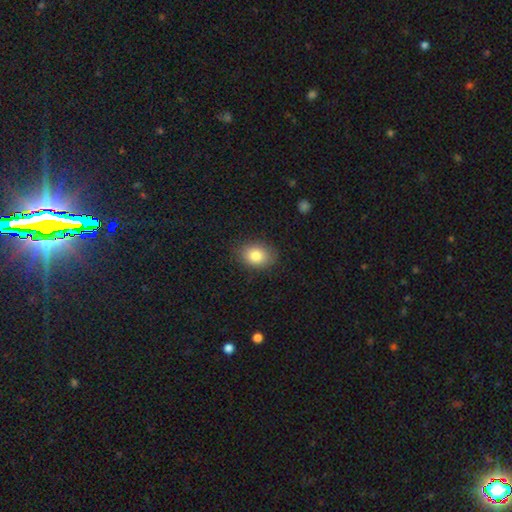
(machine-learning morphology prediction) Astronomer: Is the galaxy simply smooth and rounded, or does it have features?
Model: smooth — 82%.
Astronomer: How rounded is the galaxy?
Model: in between — 65%.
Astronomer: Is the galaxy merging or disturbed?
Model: none — 84%.